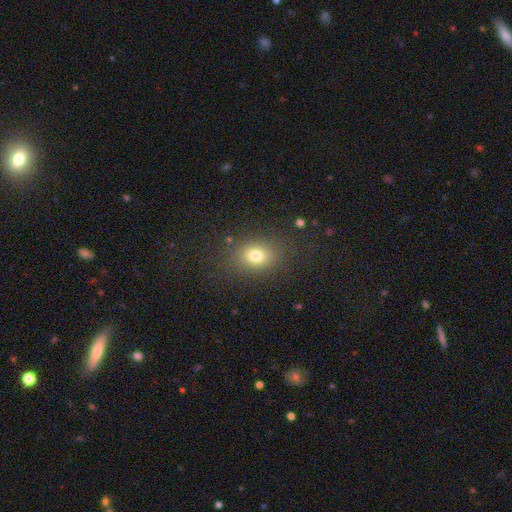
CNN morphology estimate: This appears to be a smooth galaxy with no disk features (76%) that is in between round and cigar-shaped (56%). Merging: none (81%).